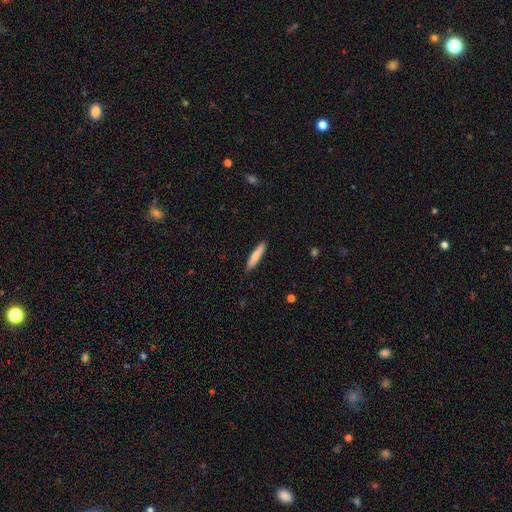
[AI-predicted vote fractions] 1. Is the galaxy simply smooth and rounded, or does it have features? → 80% smooth, 14% featured or disk, 6% star or artifact.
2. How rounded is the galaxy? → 89% cigar-shaped, 9% in between, 1% round.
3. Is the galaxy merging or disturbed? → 89% none, 8% minor disturbance, 2% major disturbance, 1% merger.